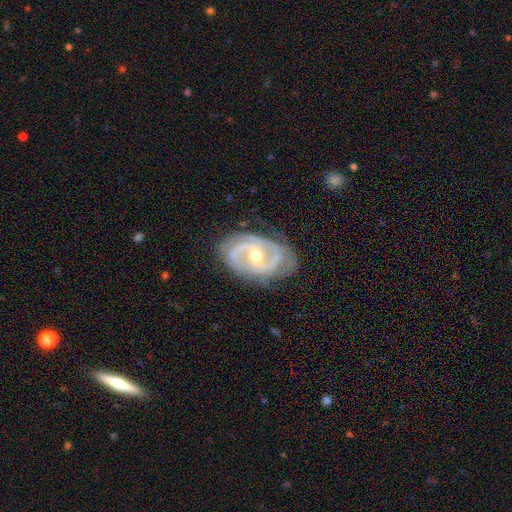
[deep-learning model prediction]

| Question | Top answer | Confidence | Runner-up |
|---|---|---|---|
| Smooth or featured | featured or disk | 90% | smooth (6%) |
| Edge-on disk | no | 97% | yes (3%) |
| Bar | no | 41% | tied: weak (41%) |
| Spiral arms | yes | 95% | no (5%) |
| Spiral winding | medium | 47% | tight (39%) |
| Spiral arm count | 2 | 77% | 3 (9%) |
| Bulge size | moderate | 63% | small (33%) |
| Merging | none | 75% | minor disturbance (18%) |